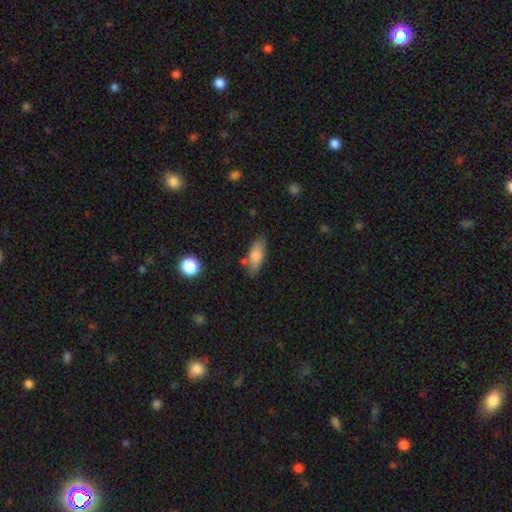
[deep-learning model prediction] smooth-or-featured: smooth: 78% | featured or disk: 15% | star or artifact: 7%
  how-rounded: in between: 77% | cigar-shaped: 20% | round: 3%
  merging: none: 71% | minor disturbance: 19% | merger: 6% | major disturbance: 4%